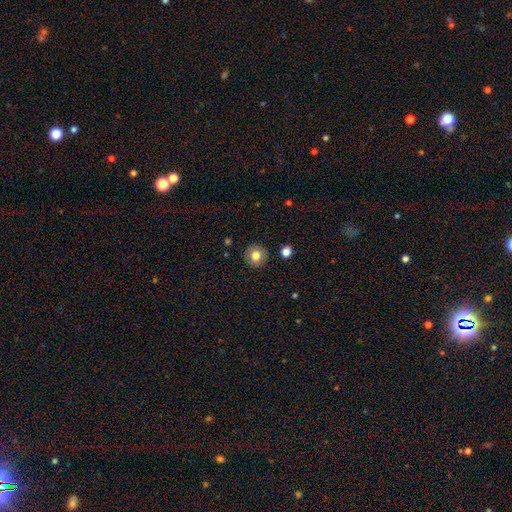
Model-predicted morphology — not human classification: A smooth galaxy with no disk features (79%) that is round (93%).

Vote fractions:
- Smooth or featured? smooth: 79% / featured or disk: 11% / star or artifact: 10%
- How rounded? round: 93% / in between: 6% / cigar-shaped: 1%
- Merging? none: 91% / minor disturbance: 6% / major disturbance: 2% / merger: 1%